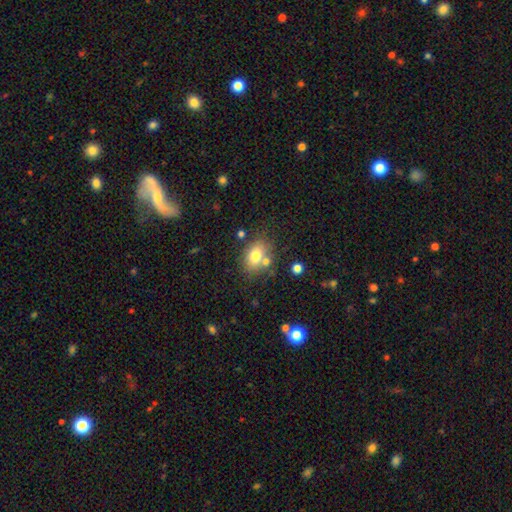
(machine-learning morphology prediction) type=smooth (75%); roundness=in between (73%); merging=none (63%).